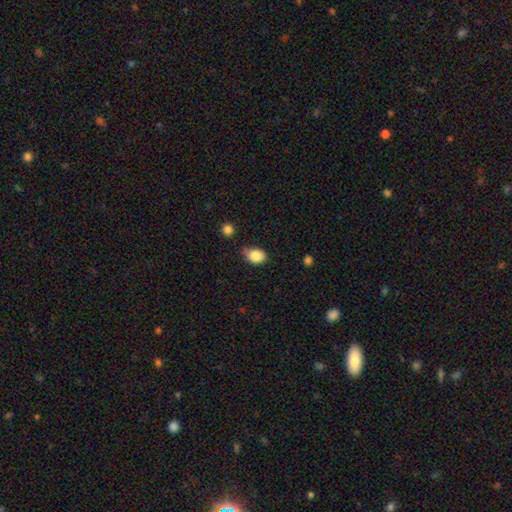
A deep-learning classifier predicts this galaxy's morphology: smooth-or-featured: smooth: 86% | star or artifact: 8% | featured or disk: 5%
  how-rounded: in between: 65% | round: 34% | cigar-shaped: 1%
  merging: none: 55% | minor disturbance: 33% | major disturbance: 6% | merger: 5%